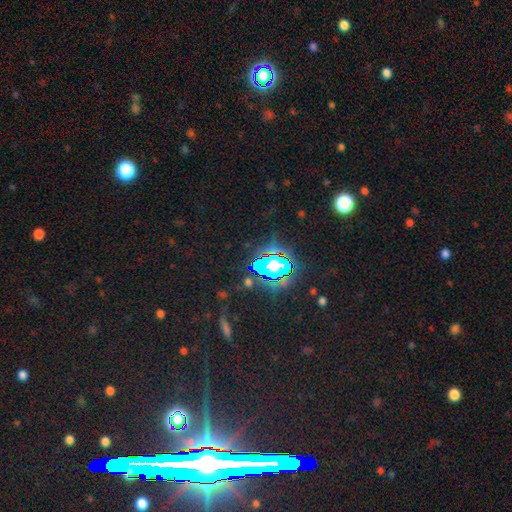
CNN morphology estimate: type=star or artifact (82%).